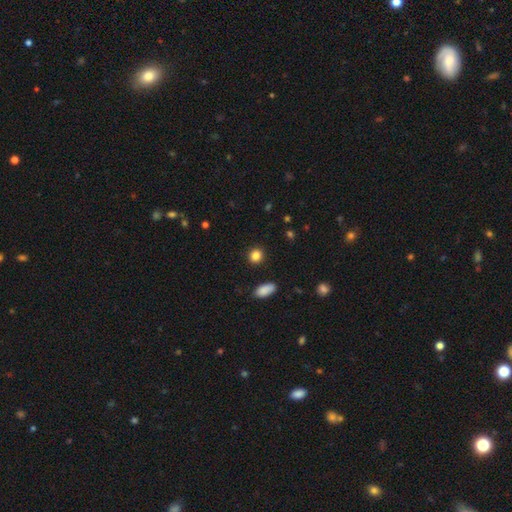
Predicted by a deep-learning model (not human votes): This is clearly a smooth galaxy (86%). How rounded: clearly round (82%). Merging: clearly none (90%).